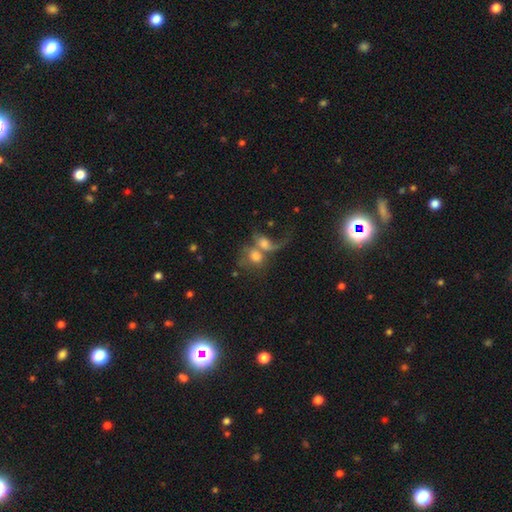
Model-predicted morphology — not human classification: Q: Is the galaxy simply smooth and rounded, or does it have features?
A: smooth — 41%.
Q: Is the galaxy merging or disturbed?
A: merger — 67%.